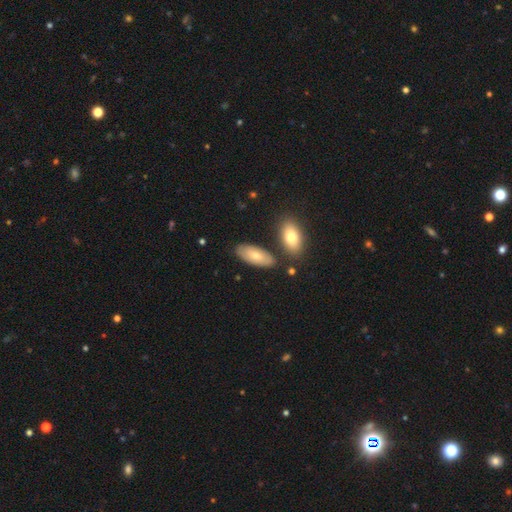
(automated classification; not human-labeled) This is likely a smooth galaxy (70%). How rounded: clearly in between (88%). Merging: likely none (77%).